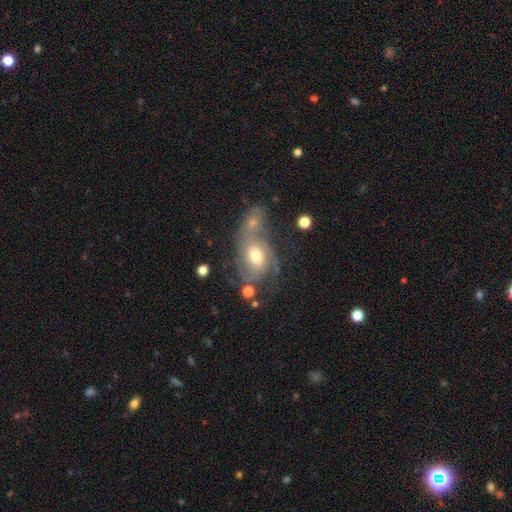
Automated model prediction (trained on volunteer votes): Smooth or featured? featured or disk (68%)
Edge-on disk? no (96%)
Bar? no (64%)
Spiral arms? yes (84%)
Spiral winding? medium (43%)
Spiral arm count? 2 (36%)
Bulge size? moderate (68%)
Merging? merger (33%, tied with none)